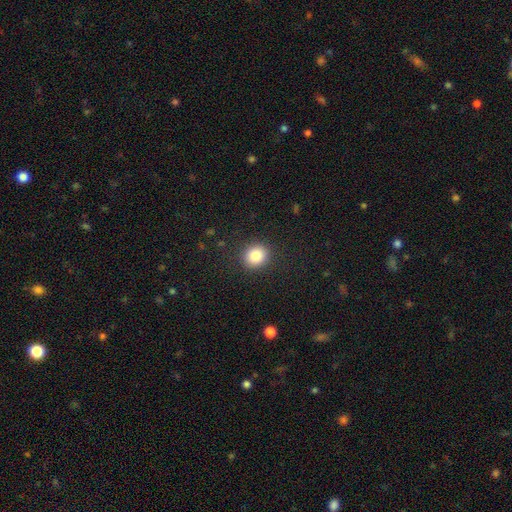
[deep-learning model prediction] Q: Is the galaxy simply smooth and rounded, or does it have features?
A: smooth — 85%.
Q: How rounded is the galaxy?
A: round — 80%.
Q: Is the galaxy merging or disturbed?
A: none — 90%.